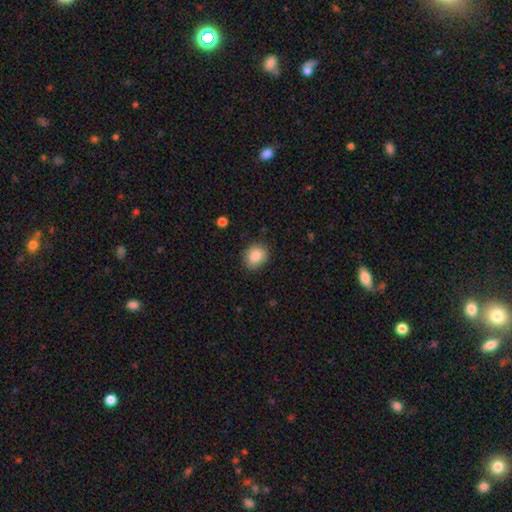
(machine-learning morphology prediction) This appears to be a smooth galaxy with no disk features (86%) that is round (64%). Merging: none (85%).